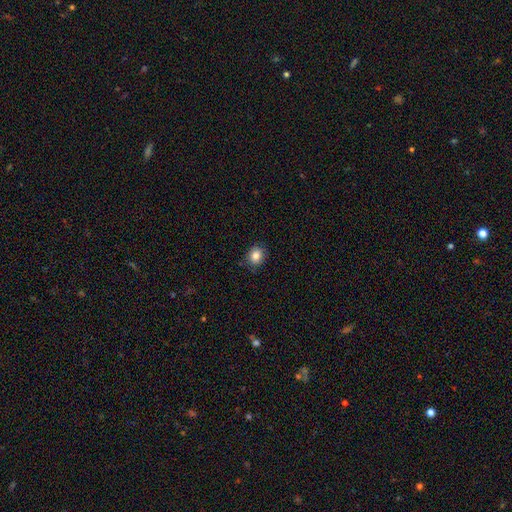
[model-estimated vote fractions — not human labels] The model was most divided on "how rounded": round: 67%, in between: 32%, cigar-shaped: 1%. More confident: merging — none (86%); smooth or featured — smooth (84%).